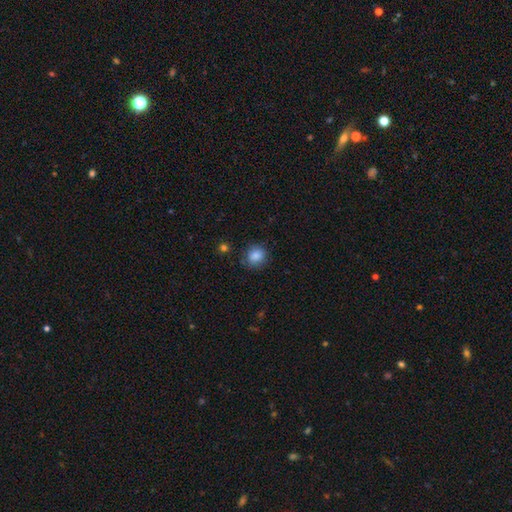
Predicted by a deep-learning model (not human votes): smooth 86%, star or artifact 10%, featured or disk 4%. Down the decision tree: how rounded — round (77%); merging — none (81%).